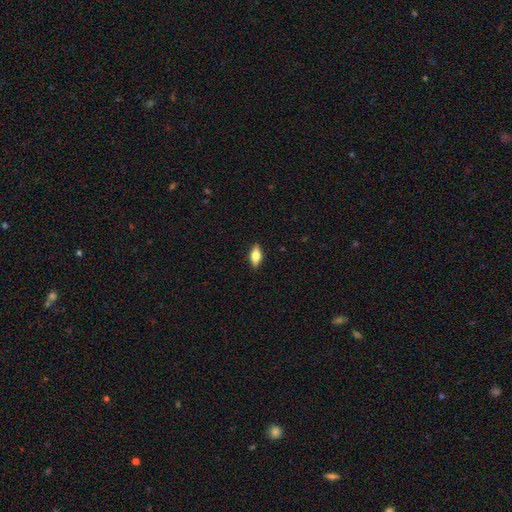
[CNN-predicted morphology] Smooth or featured? Predicted: smooth (p=0.53). How rounded? Predicted: in between (p=0.76). Merging? Predicted: none (p=0.89).